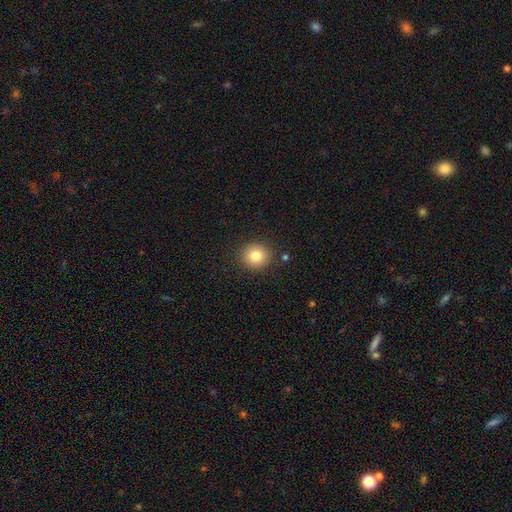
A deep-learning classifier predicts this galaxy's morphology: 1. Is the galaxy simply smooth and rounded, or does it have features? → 82% smooth, 10% star or artifact, 7% featured or disk.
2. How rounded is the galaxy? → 89% round, 10% in between, 1% cigar-shaped.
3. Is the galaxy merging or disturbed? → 89% none, 7% minor disturbance, 2% major disturbance, 2% merger.